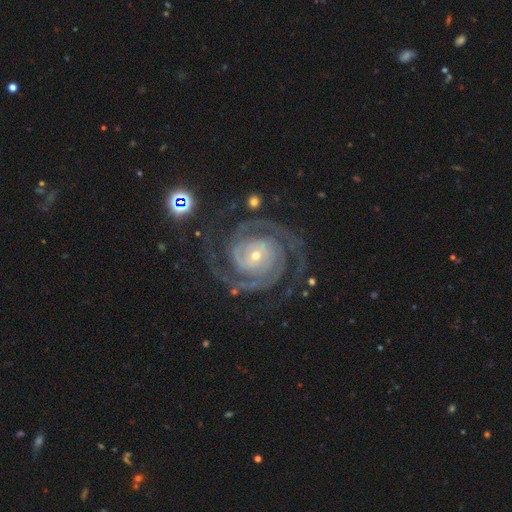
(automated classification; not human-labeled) featured or disk 93%, star or artifact 5%, smooth 2%. Down the decision tree: edge-on disk — no (98%); bar — no (61%); spiral arms — yes (99%); spiral arm count — 2 (82%); spiral winding — tight (71%); bulge size — small (72%); merging — none (79%).